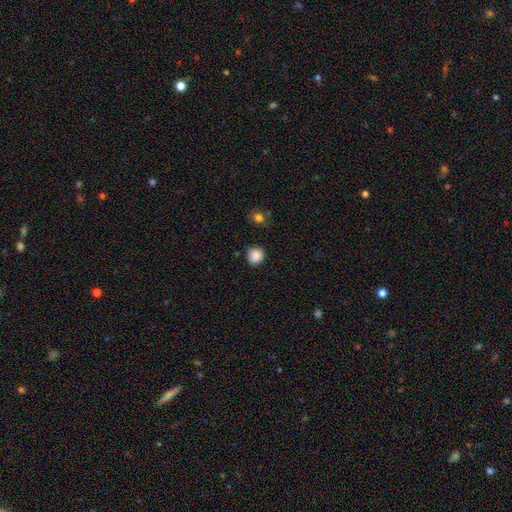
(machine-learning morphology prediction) smooth 87%, star or artifact 9%, featured or disk 4%. Down the decision tree: how rounded — round (88%); merging — none (78%).